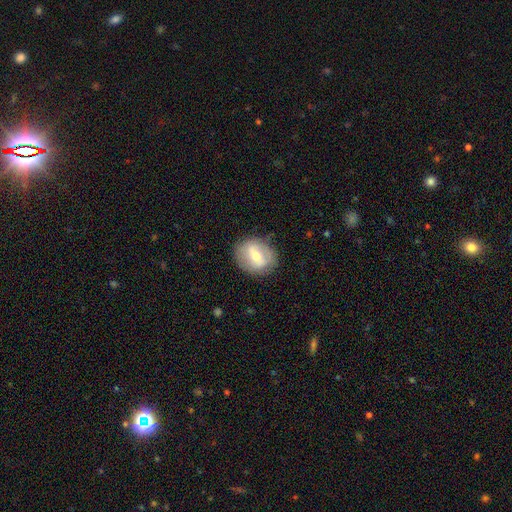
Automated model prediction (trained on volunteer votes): This is possibly a featured or disk galaxy (48%). Merging: likely none (80%).